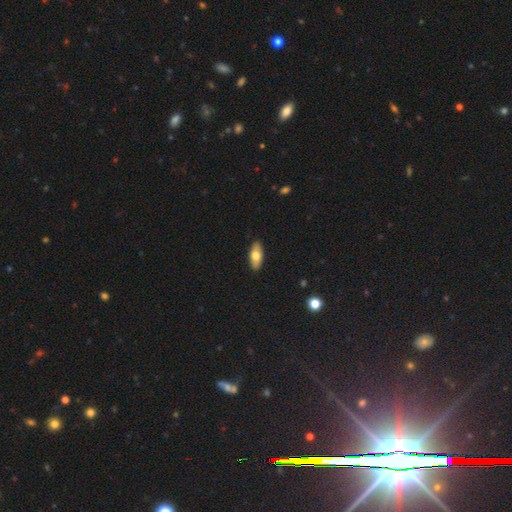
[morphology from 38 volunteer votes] Smooth or featured?
  - smooth: 82% *
  - featured or disk: 16%
  - star or artifact: 3%
How rounded?
  - in between: 81% *
  - cigar-shaped: 16%
  - round: 3%
Merging?
  - none: 92% *
  - minor disturbance: 8%
  - major disturbance: 0%
  - merger: 0%